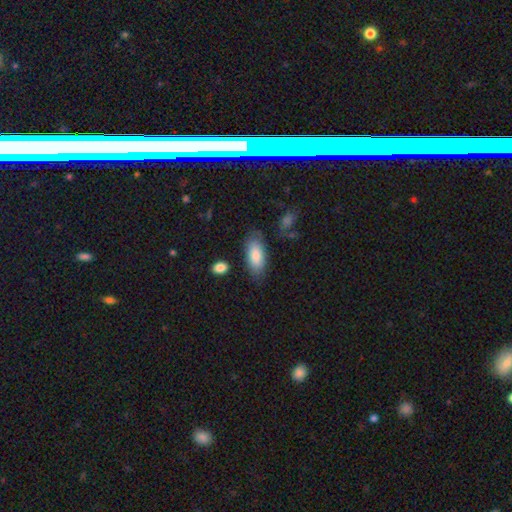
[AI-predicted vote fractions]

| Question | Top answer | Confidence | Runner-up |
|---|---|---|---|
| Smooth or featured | smooth | 85% | featured or disk (9%) |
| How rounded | in between | 87% | cigar-shaped (11%) |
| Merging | none | 77% | minor disturbance (16%) |